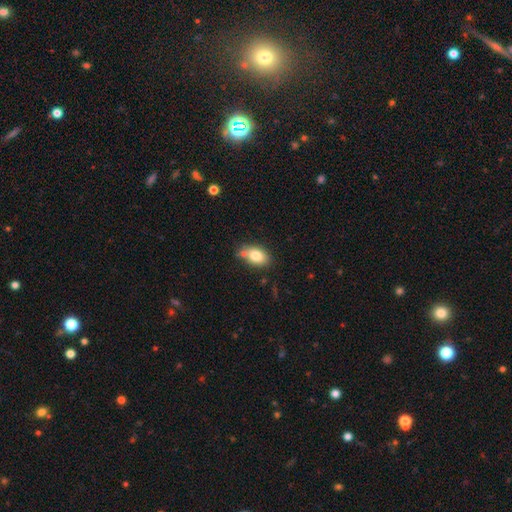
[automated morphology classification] A smooth galaxy with no disk features (80%) that is in between round and cigar-shaped (84%). Merging: none (65%).